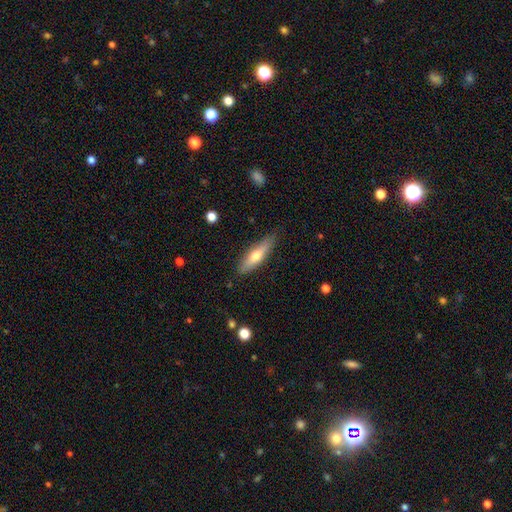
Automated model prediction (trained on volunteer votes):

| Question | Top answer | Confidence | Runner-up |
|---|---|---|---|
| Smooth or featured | smooth | 59% | featured or disk (35%) |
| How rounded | cigar-shaped | 68% | in between (30%) |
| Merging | none | 81% | minor disturbance (15%) |